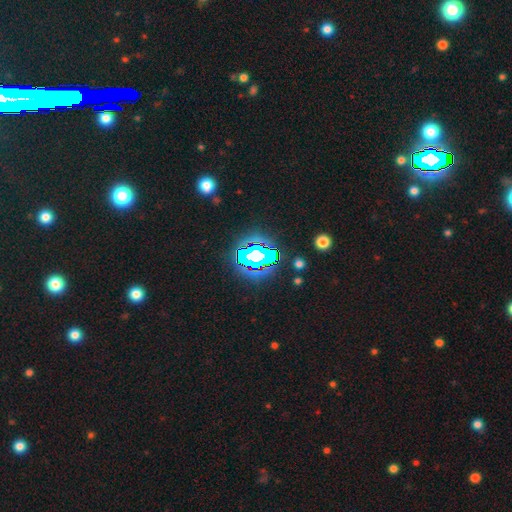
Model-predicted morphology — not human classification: smooth_or_featured: star or artifact (p=0.74) [alt: smooth p=0.14]